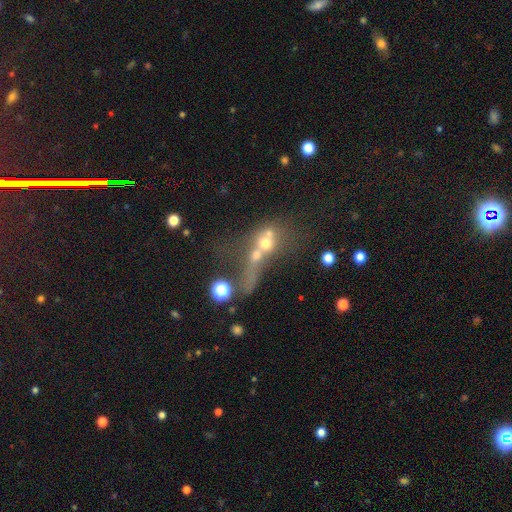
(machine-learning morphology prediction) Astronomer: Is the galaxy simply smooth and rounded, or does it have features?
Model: smooth — 49% (runner-up: featured or disk, 31%).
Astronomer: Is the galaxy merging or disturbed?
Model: merger — 64%.